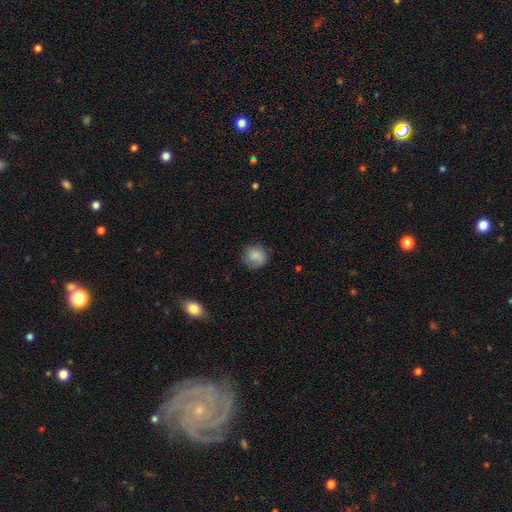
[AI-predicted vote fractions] smooth_or_featured: smooth (p=0.83) [alt: featured or disk p=0.09]
how_rounded: round (p=0.87) [alt: in between p=0.12]
merging: none (p=0.75) [alt: minor disturbance p=0.19]